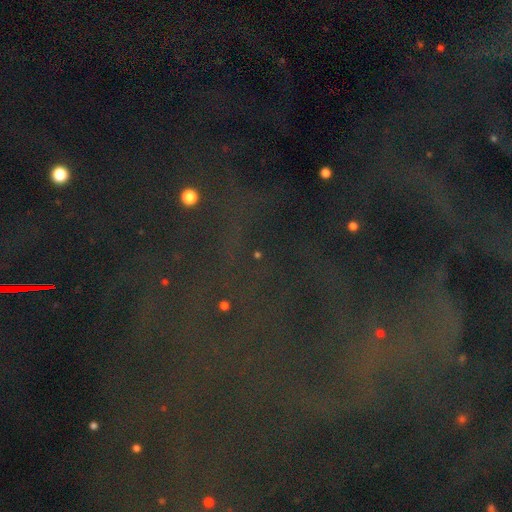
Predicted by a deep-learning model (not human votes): Overall: star or artifact (83%).